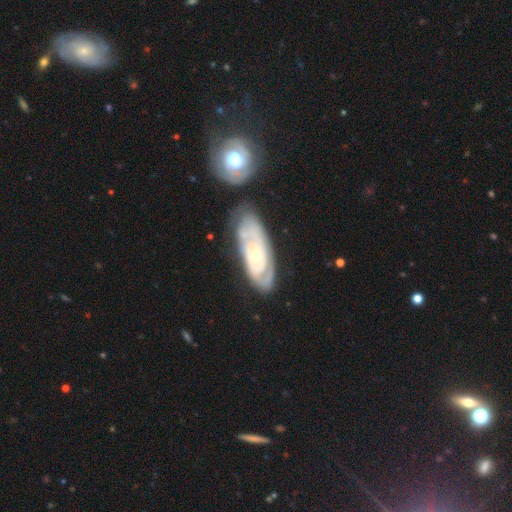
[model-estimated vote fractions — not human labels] smooth-or-featured: featured or disk: 82% | smooth: 13% | star or artifact: 5%
  disk-edge-on: no: 92% | yes: 8%
    bar: no: 76% | weak: 19% | strong: 5%
    has-spiral-arms: yes: 87% | no: 13%
      spiral-winding: tight: 75% | medium: 20% | loose: 5%
      spiral-arm-count: can't tell: 47% | 2: 31% | 3: 9% | 1: 6% | 4: 4% | more than 4: 3%
    bulge-size: small: 56% | moderate: 41% | large: 2% | none: 1% | dominant: 1%
  merging: none: 58% | minor disturbance: 23% | merger: 10% | major disturbance: 9%